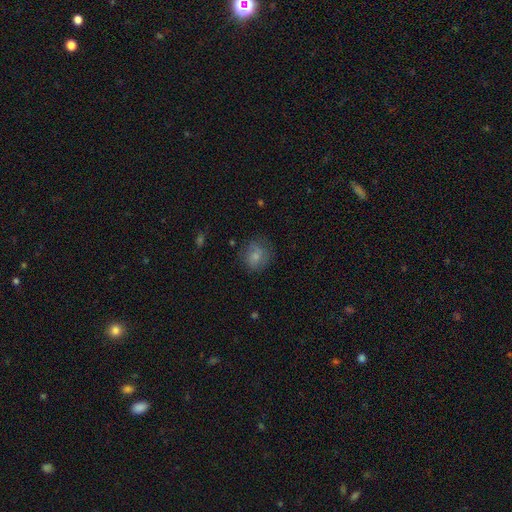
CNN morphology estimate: smooth-or-featured: smooth: 74% | featured or disk: 16% | star or artifact: 10%
  how-rounded: round: 73% | in between: 26% | cigar-shaped: 1%
  merging: none: 65% | minor disturbance: 22% | major disturbance: 10% | merger: 2%